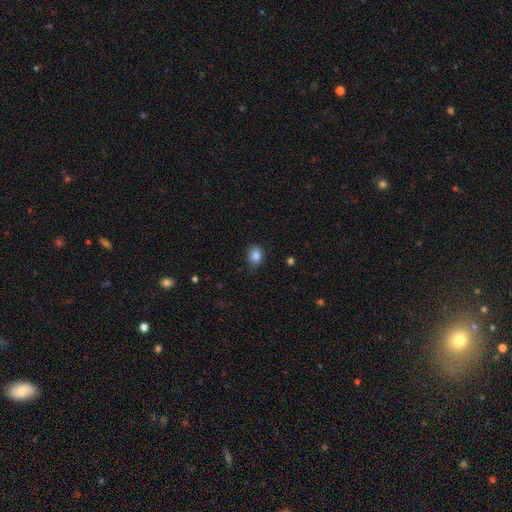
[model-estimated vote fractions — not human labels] Q: Smooth or featured?
A: smooth (85%); runner-up: star or artifact (10%)
Q: How rounded?
A: in between (54%); runner-up: round (44%)
Q: Merging?
A: none (79%); runner-up: minor disturbance (17%)